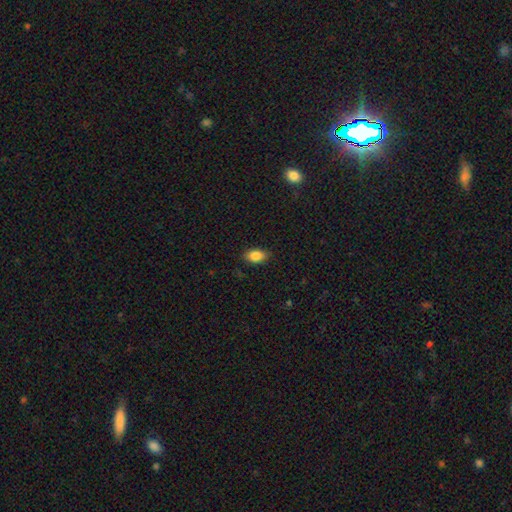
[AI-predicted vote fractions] Smooth or featured? smooth (86%)
How rounded? in between (89%)
Merging? none (86%)